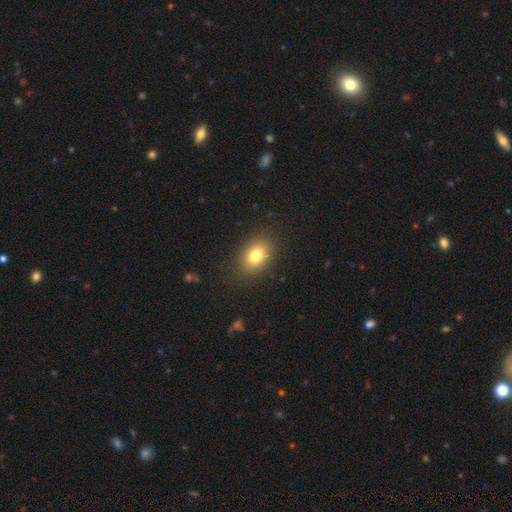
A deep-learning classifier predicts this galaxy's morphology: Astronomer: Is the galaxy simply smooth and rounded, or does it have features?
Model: smooth — 80%.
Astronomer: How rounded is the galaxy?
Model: in between — 80%.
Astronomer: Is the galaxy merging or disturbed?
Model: none — 86%.